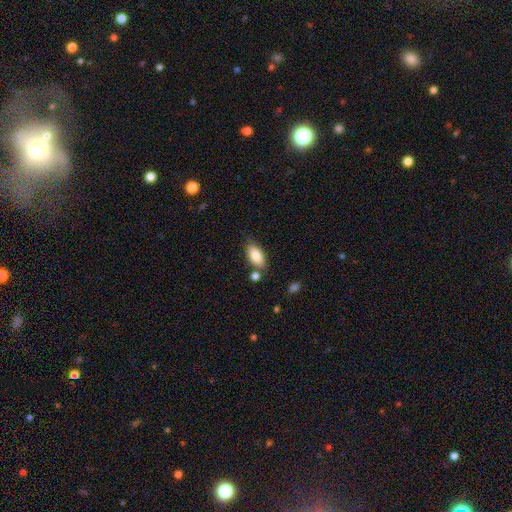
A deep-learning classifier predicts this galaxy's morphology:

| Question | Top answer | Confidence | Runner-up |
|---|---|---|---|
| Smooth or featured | smooth | 84% | featured or disk (9%) |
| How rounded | in between | 91% | cigar-shaped (6%) |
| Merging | none | 73% | minor disturbance (14%) |